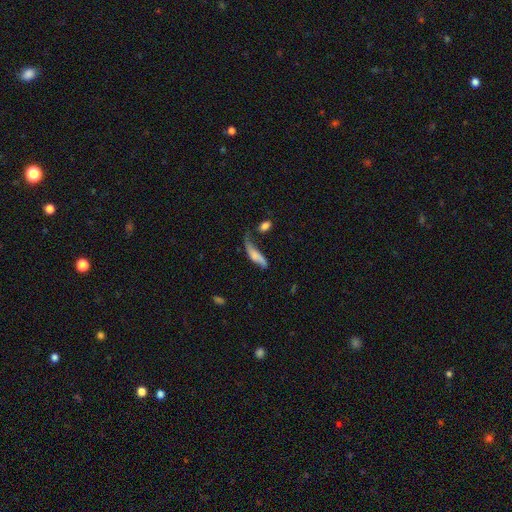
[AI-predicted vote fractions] Q: Smooth or featured?
A: smooth (52%); runner-up: featured or disk (39%)
Q: How rounded?
A: cigar-shaped (57%); runner-up: in between (40%)
Q: Merging?
A: none (30%); runner-up: major disturbance (28%)